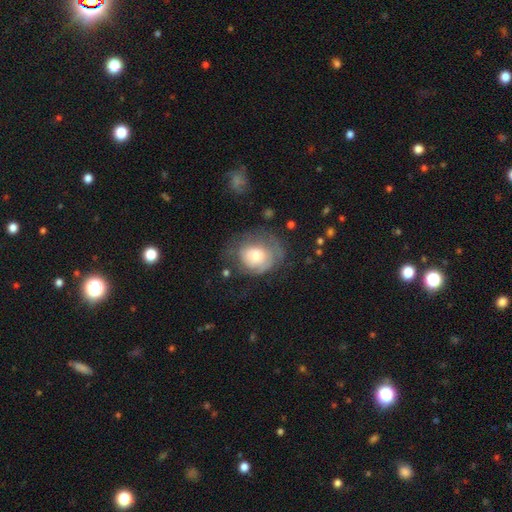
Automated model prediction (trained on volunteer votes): The model was most divided on "smooth or featured": smooth: 51%, featured or disk: 41%, star or artifact: 8%. Remaining: how rounded — round (57%); merging — none (48%).